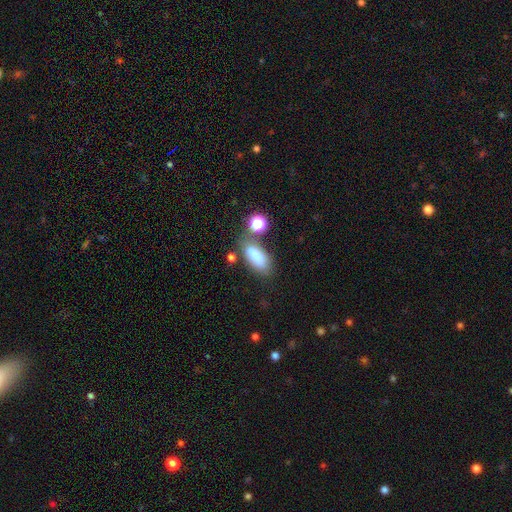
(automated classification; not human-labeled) smooth_or_featured: smooth (p=0.79) [alt: featured or disk p=0.10]
how_rounded: in between (p=0.79) [alt: cigar-shaped p=0.17]
merging: none (p=0.63) [alt: minor disturbance p=0.17]